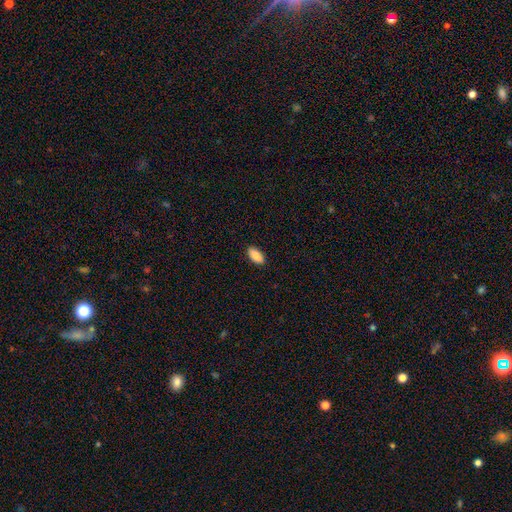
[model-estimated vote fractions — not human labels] This appears to be a smooth galaxy with no disk features (90%) that is in between round and cigar-shaped (92%). Merging: none (90%).